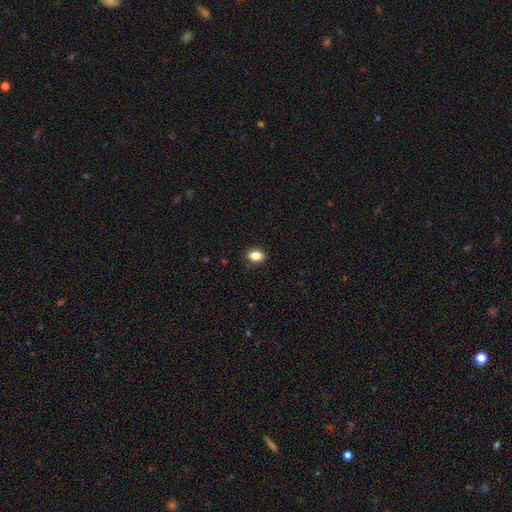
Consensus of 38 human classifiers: Smooth or featured? smooth (92%)
How rounded? in between (80%)
Merging? none (92%)